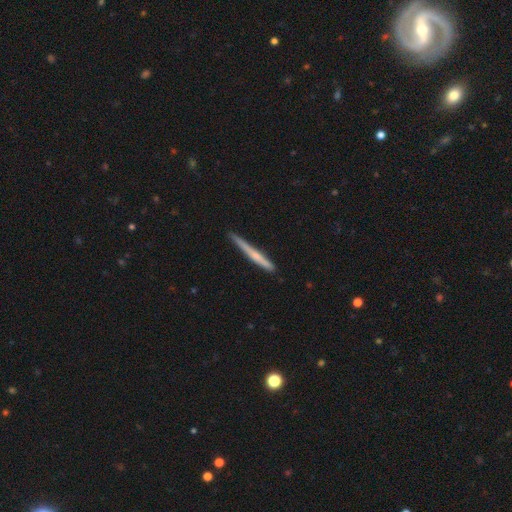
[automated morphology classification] Q: Smooth or featured?
A: smooth (50%); runner-up: featured or disk (44%)
Q: How rounded?
A: cigar-shaped (97%); runner-up: in between (2%)
Q: Merging?
A: none (84%); runner-up: minor disturbance (13%)